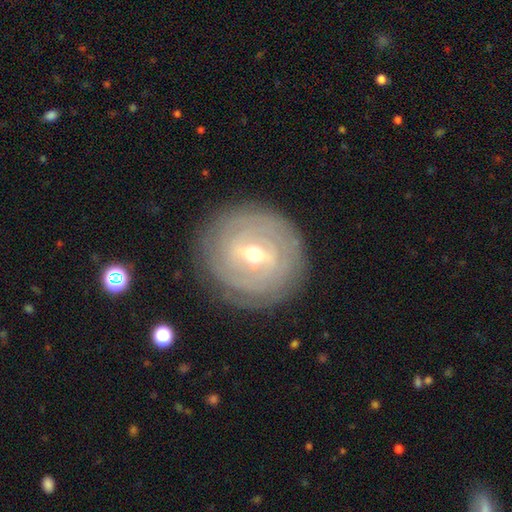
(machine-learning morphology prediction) The model was most divided on "bar": weak: 50%, strong: 36%, no: 14%. Remaining: edge-on disk — no (95%); merging — none (85%); spiral arms — yes (85%); spiral winding — tight (84%); smooth or featured — featured or disk (82%); bulge size — moderate (56%); spiral arm count — can't tell (47%).